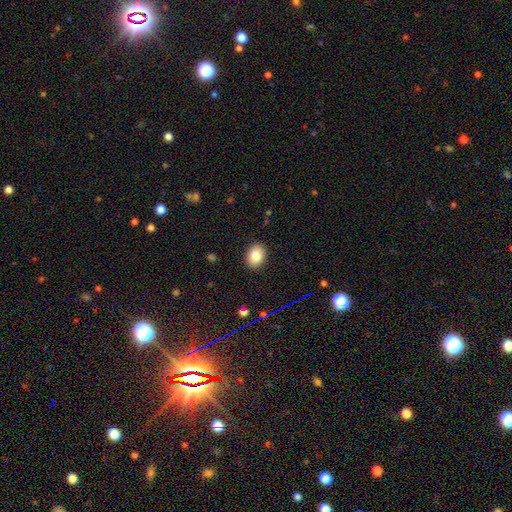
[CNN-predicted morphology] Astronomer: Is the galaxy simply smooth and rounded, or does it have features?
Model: smooth — 82%.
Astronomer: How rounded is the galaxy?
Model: in between — 65%.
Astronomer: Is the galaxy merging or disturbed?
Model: none — 90%.